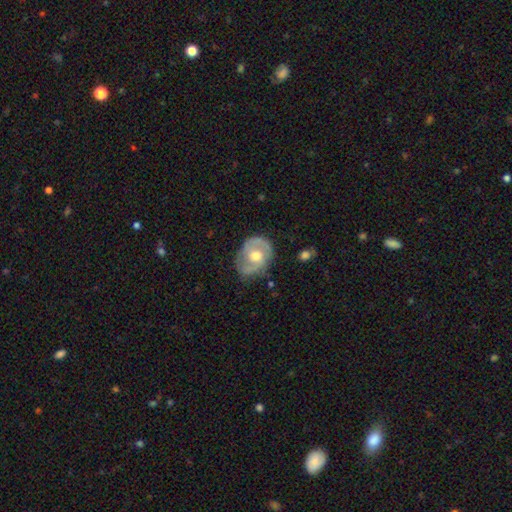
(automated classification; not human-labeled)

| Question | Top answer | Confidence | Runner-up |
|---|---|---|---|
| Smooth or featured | featured or disk | 67% | smooth (28%) |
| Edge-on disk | no | 96% | yes (4%) |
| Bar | no | 64% | weak (29%) |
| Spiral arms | yes | 72% | no (28%) |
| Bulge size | moderate | 77% | small (11%) |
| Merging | none | 65% | minor disturbance (25%) |